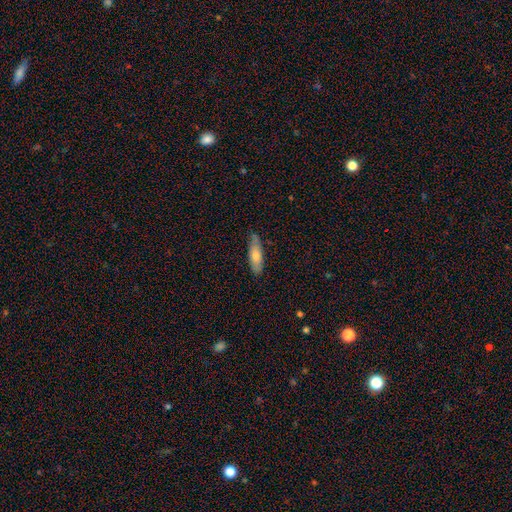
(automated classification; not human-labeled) Smooth or featured: smooth — 70% (featured or disk — 24%)
How rounded: in between — 52% (cigar-shaped — 46%)
Merging: none — 79% (minor disturbance — 17%)